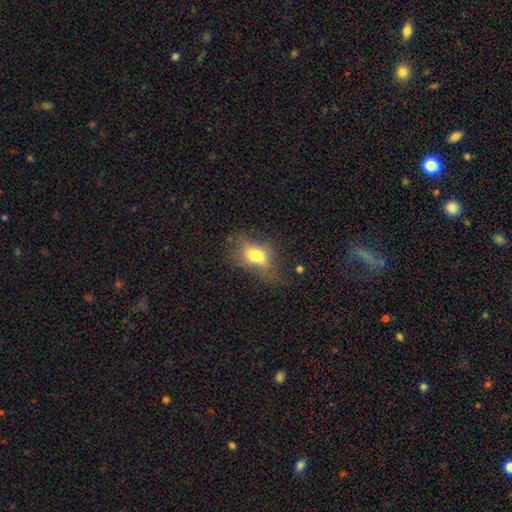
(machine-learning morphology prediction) Q: Smooth or featured?
A: smooth (62%); runner-up: featured or disk (27%)
Q: How rounded?
A: in between (71%); runner-up: round (26%)
Q: Merging?
A: merger (52%); runner-up: none (21%)